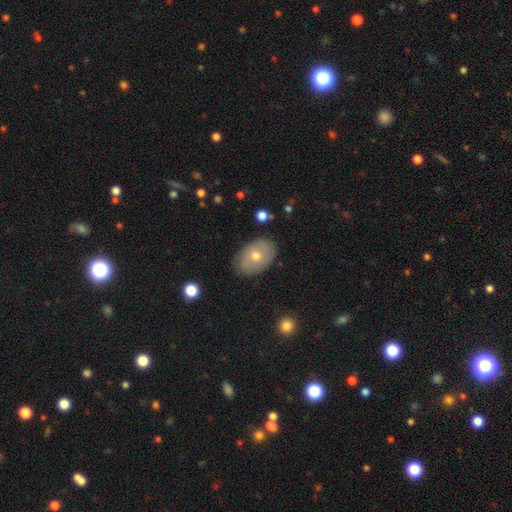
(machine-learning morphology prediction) Smooth or featured?
  - smooth: 60% *
  - featured or disk: 32%
  - star or artifact: 8%
How rounded?
  - in between: 86% *
  - round: 13%
  - cigar-shaped: 1%
Merging?
  - none: 83% *
  - minor disturbance: 13%
  - major disturbance: 3%
  - merger: 1%